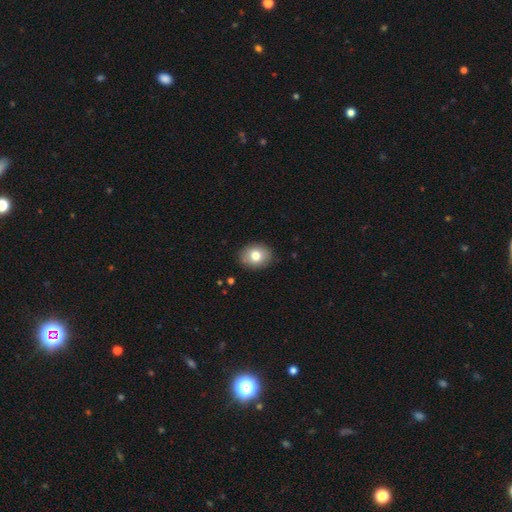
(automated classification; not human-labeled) Smooth or featured? Predicted: smooth (p=0.78). How rounded? Predicted: in between (p=0.53). Merging? Predicted: none (p=0.88).